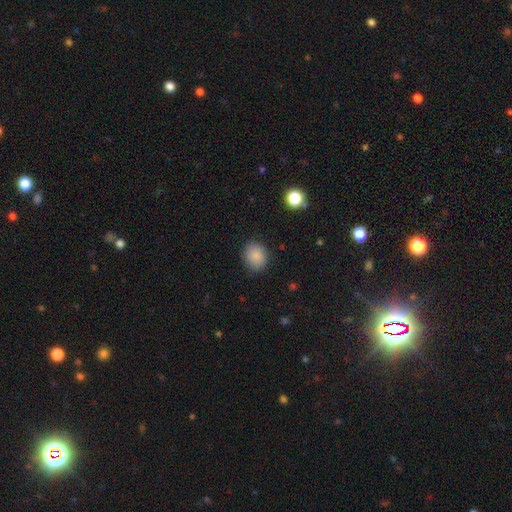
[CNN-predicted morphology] type=smooth (86%); roundness=round (72%); merging=none (85%).